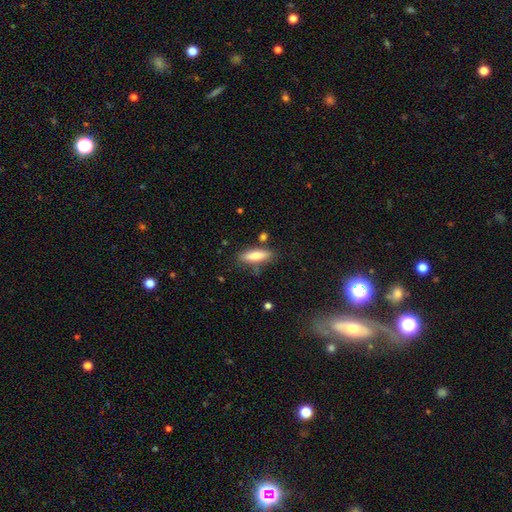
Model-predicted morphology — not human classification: type=smooth (70%); roundness=cigar-shaped (57%); merging=none (78%).